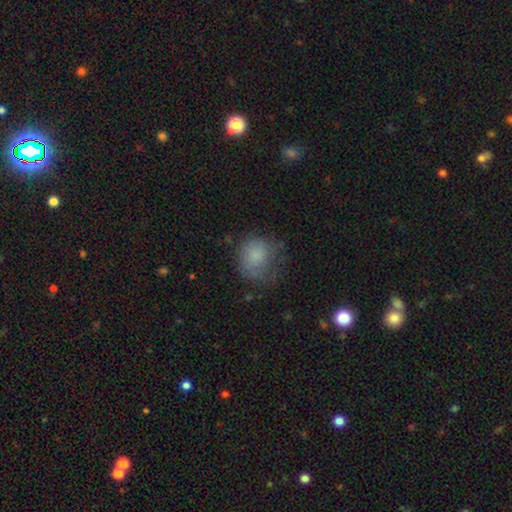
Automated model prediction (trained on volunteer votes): Smooth or featured? smooth (76%)
How rounded? round (75%)
Merging? none (46%)